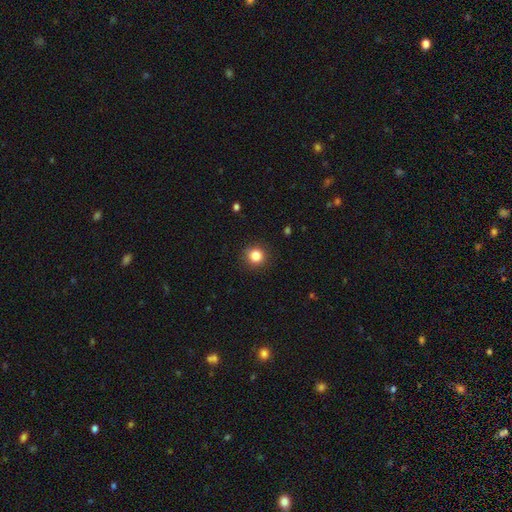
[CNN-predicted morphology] smooth-or-featured: smooth: 84% | star or artifact: 11% | featured or disk: 4%
  how-rounded: round: 92% | in between: 7% | cigar-shaped: 1%
  merging: none: 90% | minor disturbance: 7% | major disturbance: 2% | merger: 1%